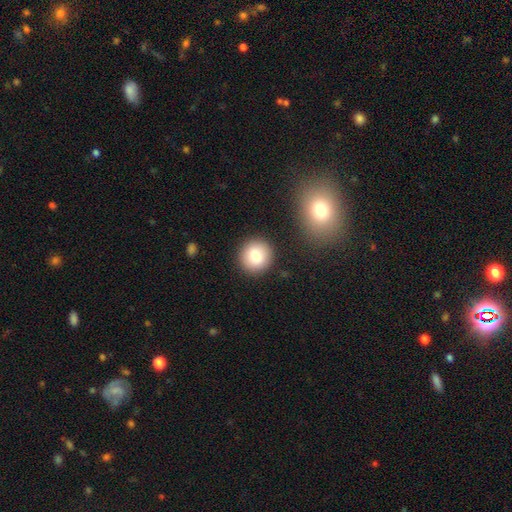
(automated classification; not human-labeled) Q: Smooth or featured?
A: smooth (79%); runner-up: featured or disk (12%)
Q: How rounded?
A: round (91%); runner-up: in between (8%)
Q: Merging?
A: none (88%); runner-up: minor disturbance (7%)